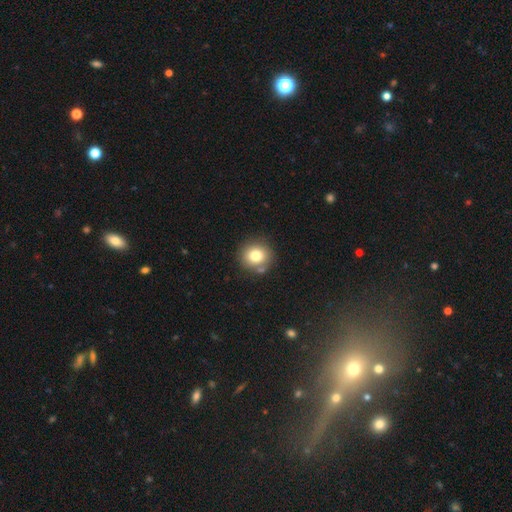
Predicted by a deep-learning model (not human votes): The model was most divided on "smooth or featured": smooth: 78%, star or artifact: 11%, featured or disk: 11%. More confident: how rounded — round (90%); merging — none (79%).